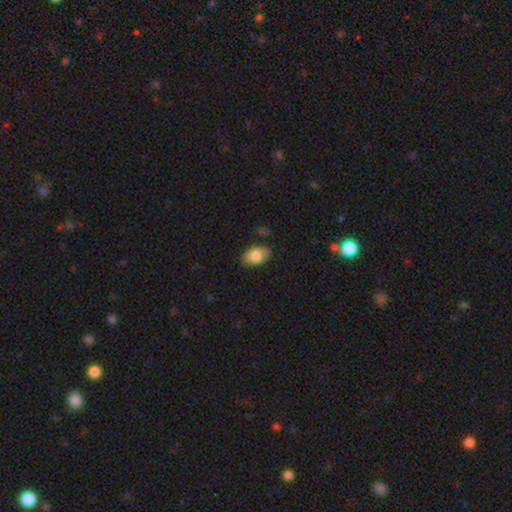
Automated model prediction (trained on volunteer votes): A smooth galaxy with no disk features (82%) that is in between round and cigar-shaped (90%). Merging: none (80%).